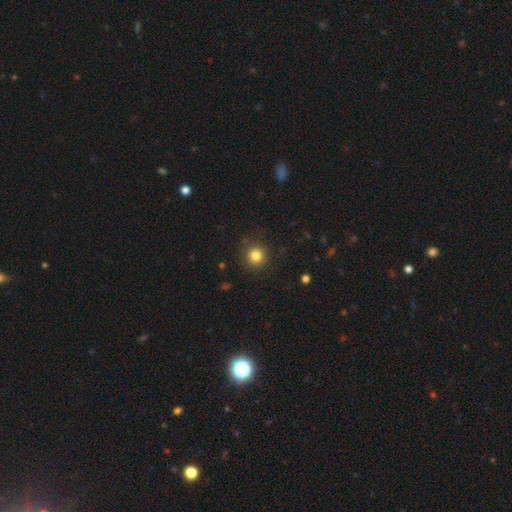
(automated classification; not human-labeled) smooth_or_featured: smooth (p=0.82) [alt: star or artifact p=0.12]
how_rounded: round (p=0.94) [alt: in between p=0.05]
merging: none (p=0.89) [alt: minor disturbance p=0.07]